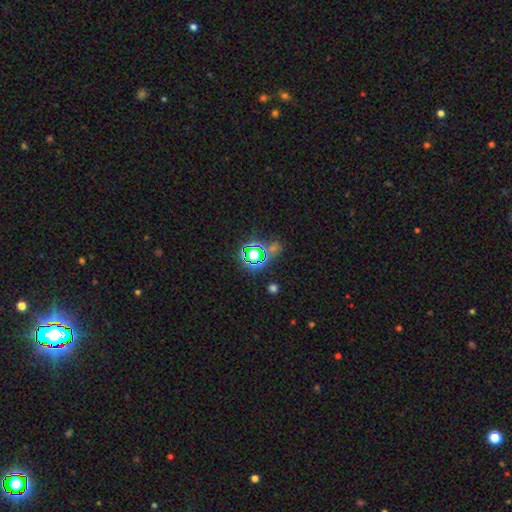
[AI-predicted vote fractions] Smooth or featured: star or artifact — 74% (smooth — 18%)